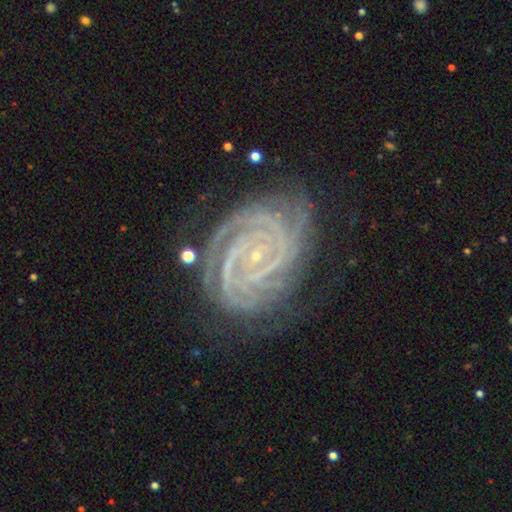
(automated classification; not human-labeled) Morphology: type=featured or disk (91%); edge-on=no (98%); bar=no (50%); spiral arms=yes (99%); winding=tight (86%); arm count=2 (26%); bulge=small (89%); merging=none (77%).